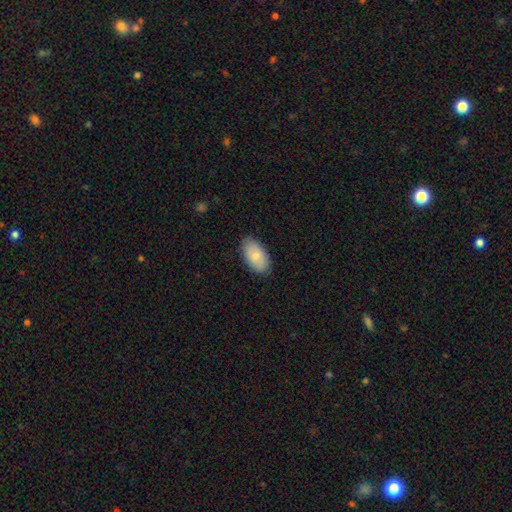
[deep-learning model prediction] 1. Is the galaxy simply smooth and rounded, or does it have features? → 79% smooth, 15% featured or disk, 6% star or artifact.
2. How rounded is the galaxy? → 95% in between, 3% round, 2% cigar-shaped.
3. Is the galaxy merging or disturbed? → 86% none, 11% minor disturbance, 2% major disturbance, 1% merger.